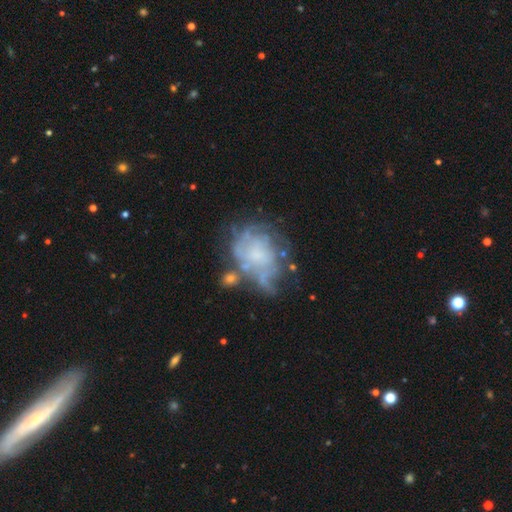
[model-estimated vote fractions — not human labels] Overall: featured or disk (64%). Edge-on disk: no (97%). Bar: no (79%). Spiral arms: yes (59%; no 41%). Bulge size: small (44%; none 27%). Merging: none (45%; minor disturbance 22%).